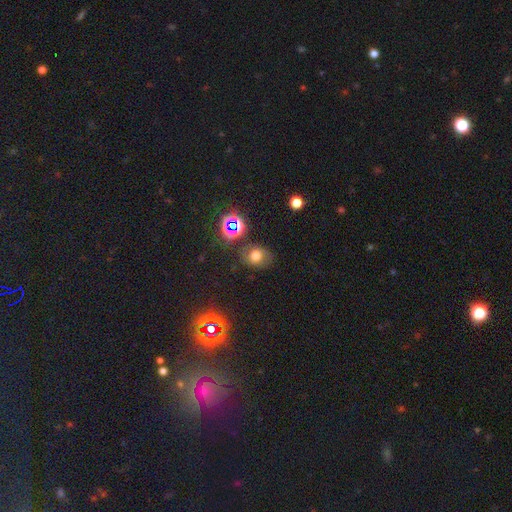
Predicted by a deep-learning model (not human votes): Morphology: type=smooth (60%); roundness=round (54%); merging=none (70%).